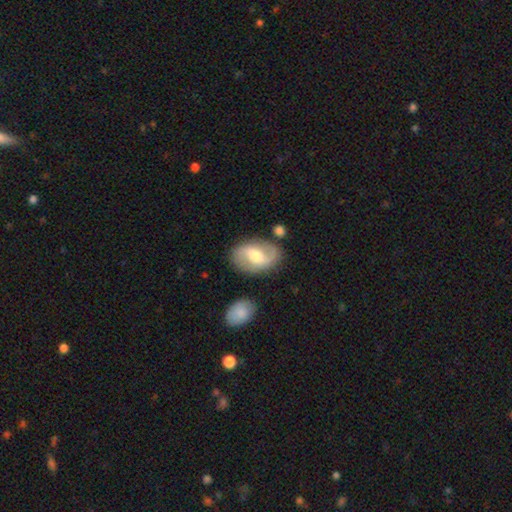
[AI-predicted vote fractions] A featured or disk galaxy (65%) with a weak bar (50%), 2 (88%) loose (49%) spiral arms (82%) and a moderate central bulge (69%).

Vote fractions:
- Smooth or featured? featured or disk: 65% / smooth: 29% / star or artifact: 6%
- Edge-on disk? no: 96% / yes: 4%
- Bar? weak: 50% / no: 25% / strong: 25%
- Spiral arms? yes: 82% / no: 18%
- Spiral winding? loose: 49% / medium: 37% / tight: 14%
- Spiral arm count? 2: 88% / can't tell: 6% / 1: 3% / 3: 1% / 4: 1% / more than 4: 1%
- Bulge size? moderate: 69% / small: 19% / large: 9% / none: 2% / dominant: 1%
- Merging? none: 78% / minor disturbance: 14% / major disturbance: 4% / merger: 4%